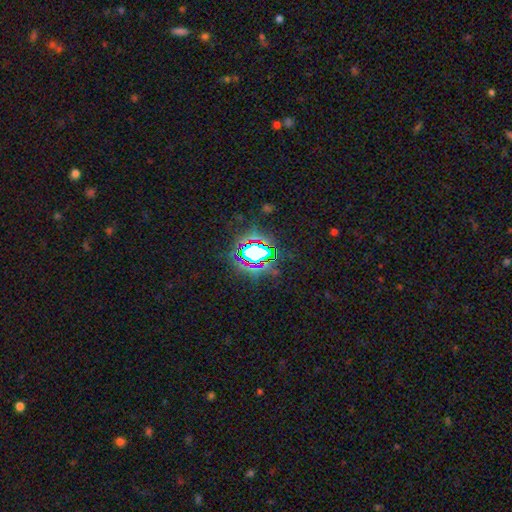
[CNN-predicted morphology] A star or artifact, not a galaxy (69%).